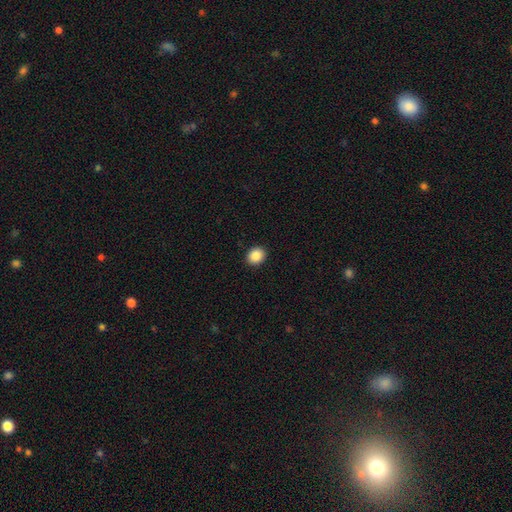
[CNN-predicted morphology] smooth 88%, star or artifact 9%, featured or disk 3%. Down the decision tree: how rounded — round (71%); merging — none (92%).